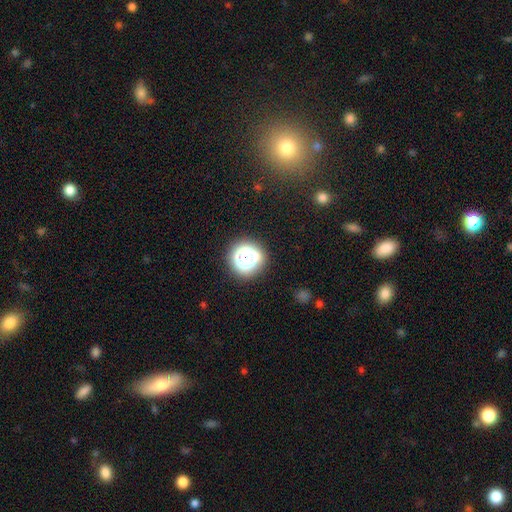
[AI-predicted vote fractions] Smooth or featured? star or artifact (52%)